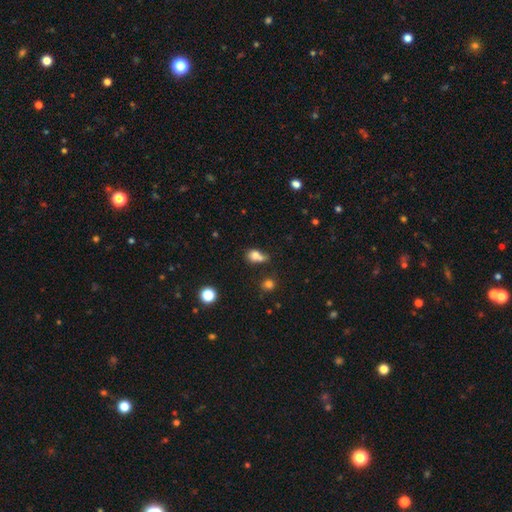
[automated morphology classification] A smooth galaxy with no disk features (75%) that is round (51%).

Vote fractions:
- Smooth or featured? smooth: 75% / star or artifact: 14% / featured or disk: 11%
- How rounded? round: 51% / in between: 46% / cigar-shaped: 3%
- Merging? merger: 40% / none: 32% / minor disturbance: 16% / major disturbance: 11%